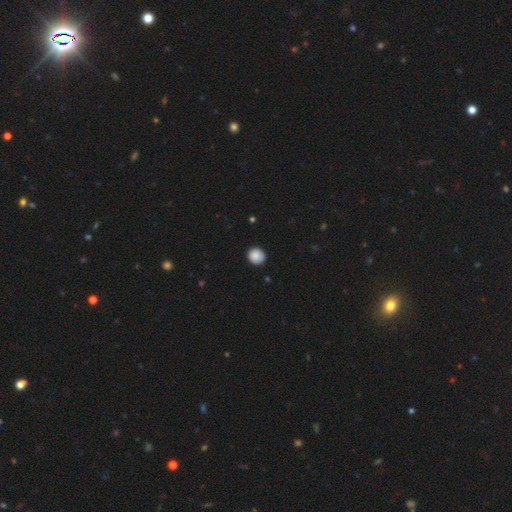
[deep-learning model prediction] This appears to be a smooth galaxy with no disk features (88%) that is round (88%). Merging: none (89%).